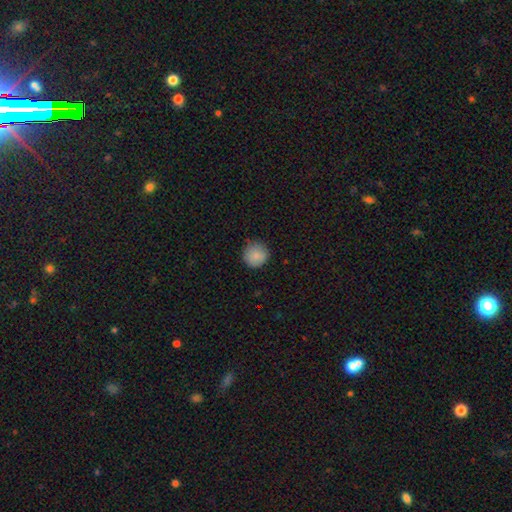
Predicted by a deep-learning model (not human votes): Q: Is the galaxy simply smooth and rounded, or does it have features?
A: smooth — 85%.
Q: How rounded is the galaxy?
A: round — 94%.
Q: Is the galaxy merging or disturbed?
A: none — 81%.